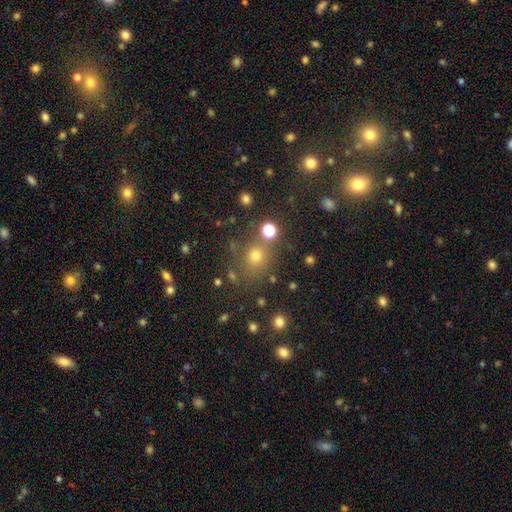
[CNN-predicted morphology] Q: Smooth or featured?
A: smooth (67%); runner-up: star or artifact (24%)
Q: How rounded?
A: round (83%); runner-up: in between (16%)
Q: Merging?
A: none (75%); runner-up: minor disturbance (11%)